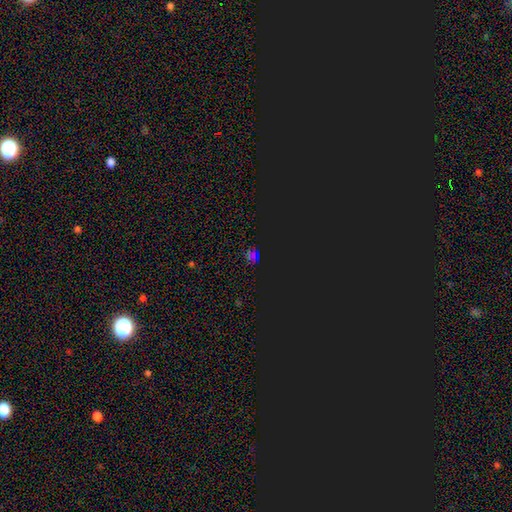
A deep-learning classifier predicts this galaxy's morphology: Q: Smooth or featured?
A: star or artifact (72%); runner-up: smooth (20%)